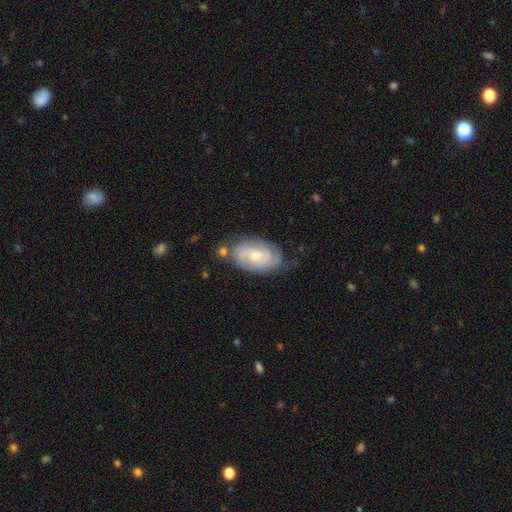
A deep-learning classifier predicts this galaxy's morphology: smooth_or_featured: featured or disk (p=0.78) [alt: smooth p=0.16]
disk_edge_on: no (p=0.96) [alt: yes p=0.04]
bar: no (p=0.54) [alt: weak p=0.39]
has_spiral_arms: yes (p=0.94) [alt: no p=0.06]
spiral_winding: tight (p=0.62) [alt: medium p=0.31]
spiral_arm_count: 2 (p=0.39) [alt: can't tell p=0.28]
bulge_size: small (p=0.48) [alt: moderate p=0.46]
merging: none (p=0.67) [alt: minor disturbance p=0.22]